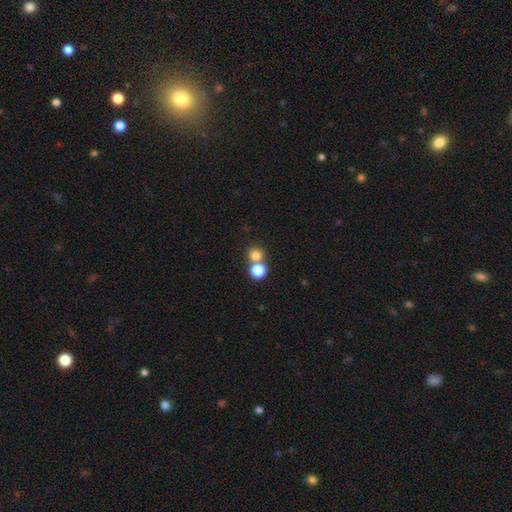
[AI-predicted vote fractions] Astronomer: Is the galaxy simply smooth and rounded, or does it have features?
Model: smooth — 79%.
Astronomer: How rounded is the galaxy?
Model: round — 90%.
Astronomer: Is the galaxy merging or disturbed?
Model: none — 57% (runner-up: merger, 35%).